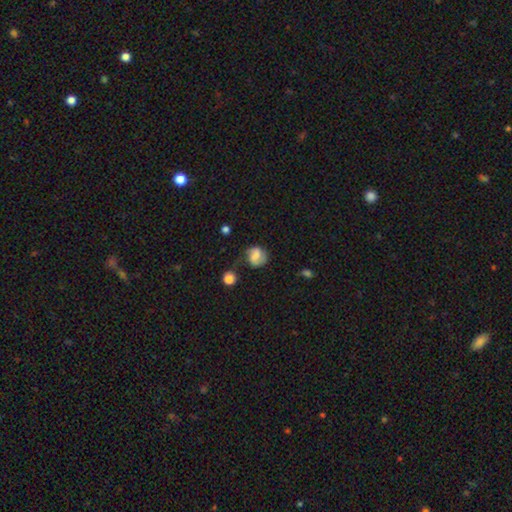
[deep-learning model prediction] The model was most divided on "smooth or featured": smooth: 51%, featured or disk: 40%, star or artifact: 9%. More confident: how rounded — round (71%); merging — none (57%).